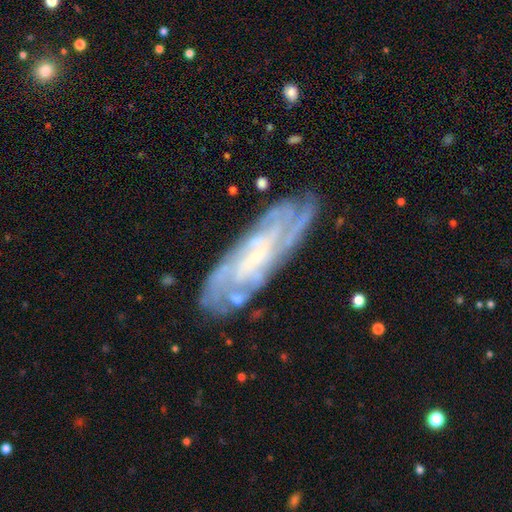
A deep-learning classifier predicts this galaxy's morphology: Overall: featured or disk (79%). Edge-on disk: no (80%). Bar: no (47%; weak 37%). Spiral arms: yes (91%). Spiral arm count: can't tell (49%; 4 14%). Spiral winding: tight (66%; medium 27%). Bulge size: small (55%; none 23%). Merging: none (75%).